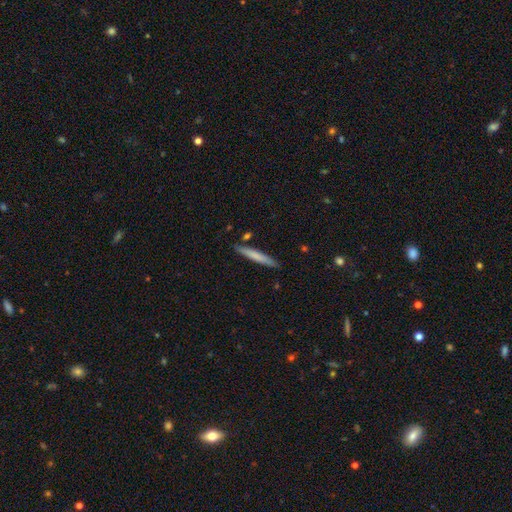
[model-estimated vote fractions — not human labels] The model was most divided on "smooth or featured": smooth: 69%, featured or disk: 26%, star or artifact: 5%. More confident: how rounded — cigar-shaped (95%); merging — none (87%).